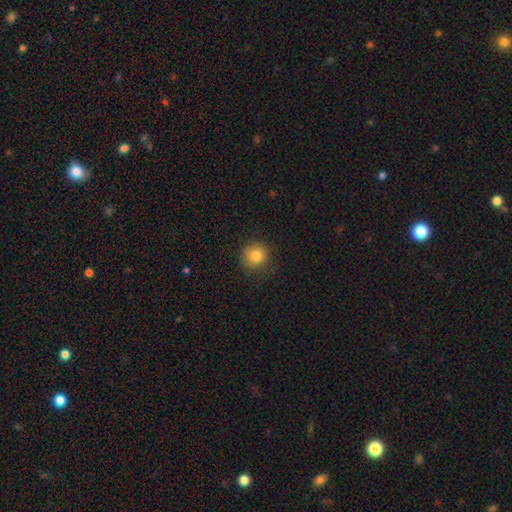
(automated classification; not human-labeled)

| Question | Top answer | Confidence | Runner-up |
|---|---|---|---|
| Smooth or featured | smooth | 84% | star or artifact (10%) |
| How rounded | round | 92% | in between (7%) |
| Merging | none | 83% | minor disturbance (12%) |